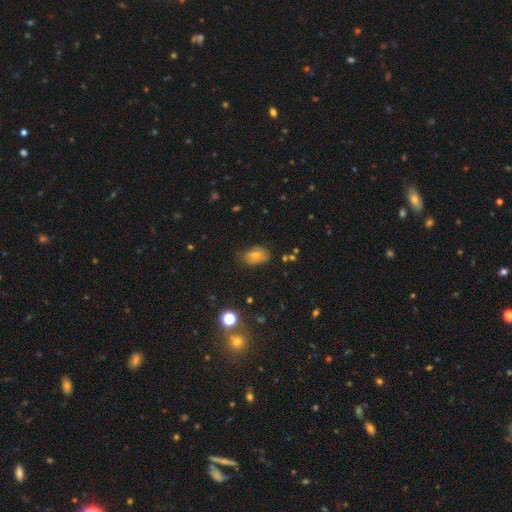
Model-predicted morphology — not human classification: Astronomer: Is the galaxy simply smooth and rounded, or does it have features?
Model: smooth — 69%.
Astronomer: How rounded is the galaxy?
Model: in between — 86%.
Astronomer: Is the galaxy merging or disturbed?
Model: none — 66%.